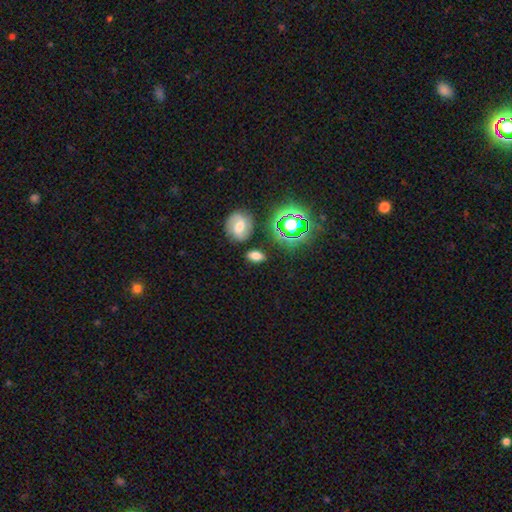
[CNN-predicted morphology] A smooth galaxy with no disk features (65%) that is in between round and cigar-shaped (77%). Merging: none (79%).